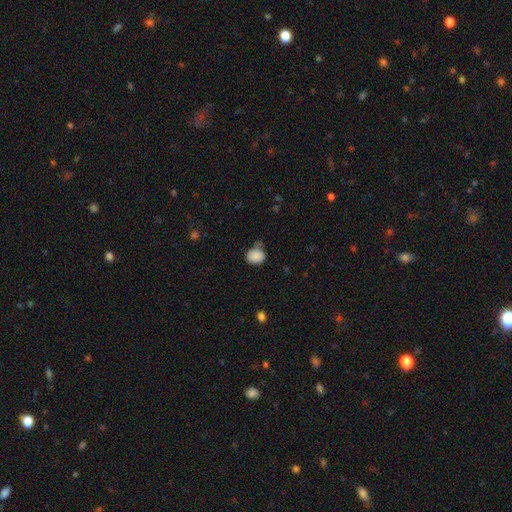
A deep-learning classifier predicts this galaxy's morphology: A smooth galaxy with no disk features (86%) that is round (56%). Merging: none (56%).